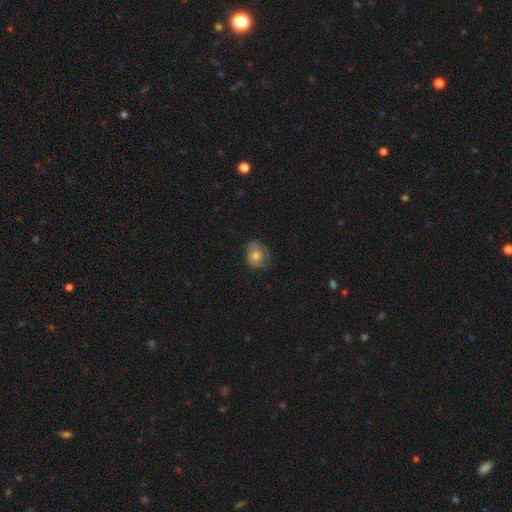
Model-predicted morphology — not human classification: Smooth or featured?
  - smooth: 67% *
  - featured or disk: 24%
  - star or artifact: 9%
How rounded?
  - round: 62% *
  - in between: 37%
  - cigar-shaped: 1%
Merging?
  - none: 64% *
  - minor disturbance: 26%
  - major disturbance: 9%
  - merger: 1%